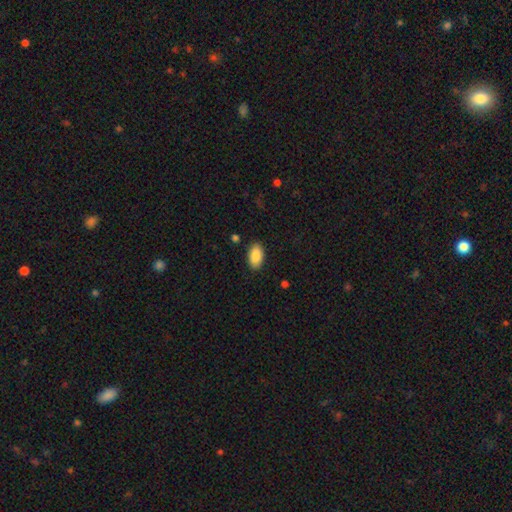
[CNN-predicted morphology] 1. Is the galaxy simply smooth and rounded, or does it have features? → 89% smooth, 7% star or artifact, 4% featured or disk.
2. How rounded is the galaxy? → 94% in between, 4% round, 2% cigar-shaped.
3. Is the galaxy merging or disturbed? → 88% none, 8% minor disturbance, 2% major disturbance, 1% merger.